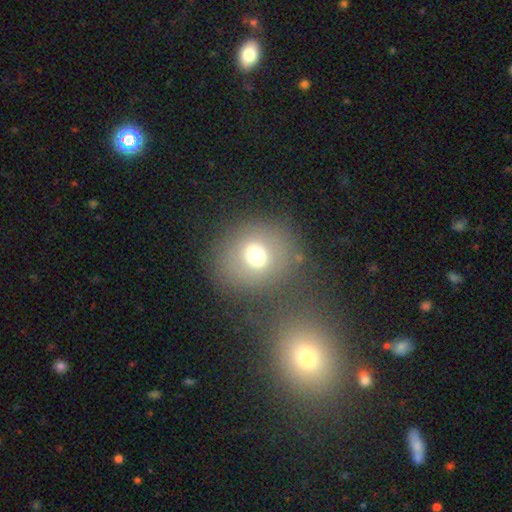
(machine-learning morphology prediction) A smooth galaxy with no disk features (67%) that is round (81%).

Vote fractions:
- Smooth or featured? smooth: 67% / featured or disk: 17% / star or artifact: 15%
- How rounded? round: 81% / in between: 18% / cigar-shaped: 1%
- Merging? none: 67% / merger: 13% / minor disturbance: 12% / major disturbance: 8%